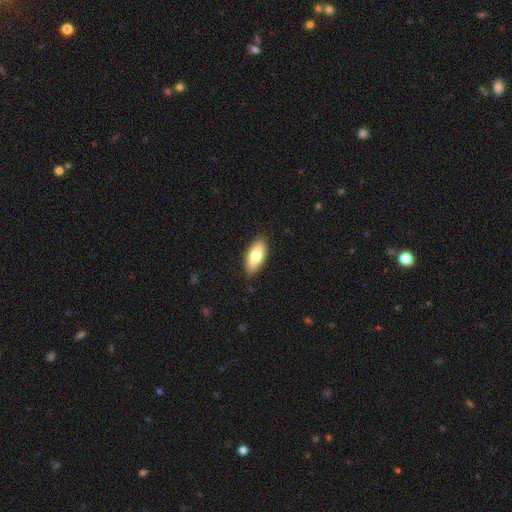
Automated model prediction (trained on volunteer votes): Smooth or featured? Predicted: smooth (p=0.73). How rounded? Predicted: in between (p=0.84). Merging? Predicted: none (p=0.88).